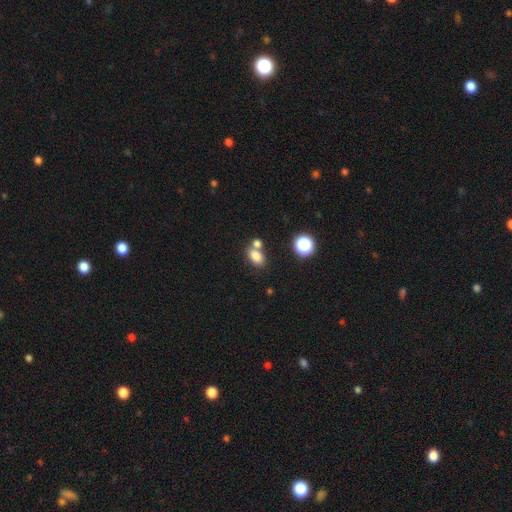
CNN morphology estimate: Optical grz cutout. It shows a smooth galaxy with no disk features (80%) that is in between round and cigar-shaped (81%). Merging: none (49%).